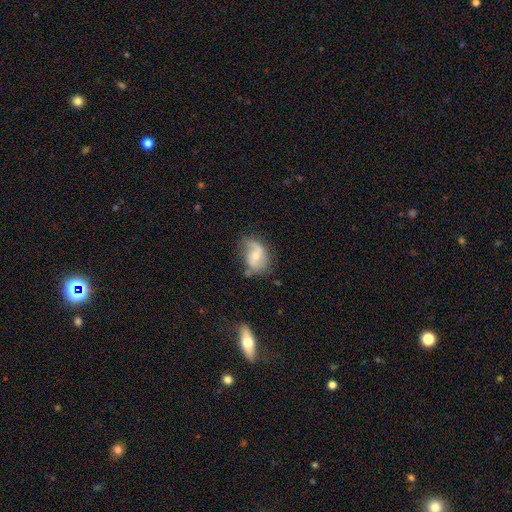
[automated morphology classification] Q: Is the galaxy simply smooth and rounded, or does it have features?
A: featured or disk — 61%.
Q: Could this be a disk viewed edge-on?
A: no — 96%.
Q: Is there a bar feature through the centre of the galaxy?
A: no — 58%.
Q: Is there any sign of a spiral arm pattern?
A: yes — 84%.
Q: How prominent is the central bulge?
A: moderate — 54%.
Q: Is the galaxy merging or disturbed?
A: none — 50%.